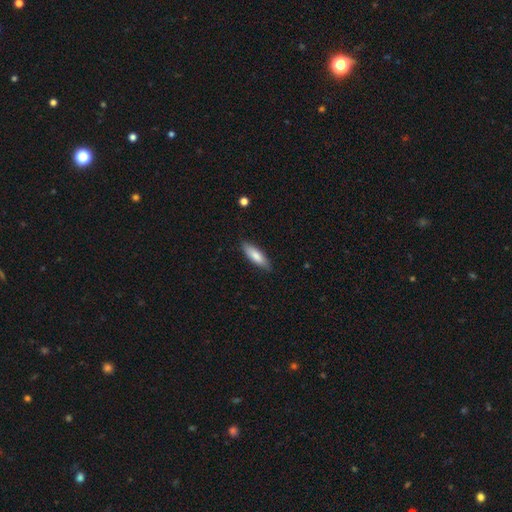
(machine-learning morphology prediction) A smooth galaxy with no disk features (80%) that is cigar-shaped (52%). Merging: none (86%).